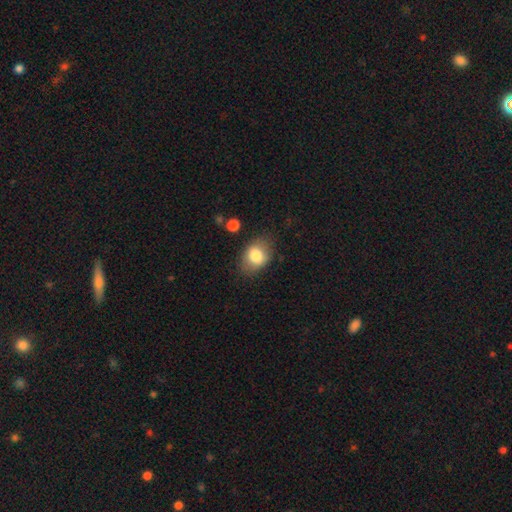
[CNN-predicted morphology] This appears to be a smooth galaxy with no disk features (78%) that is in between round and cigar-shaped (72%). Merging: none (76%).